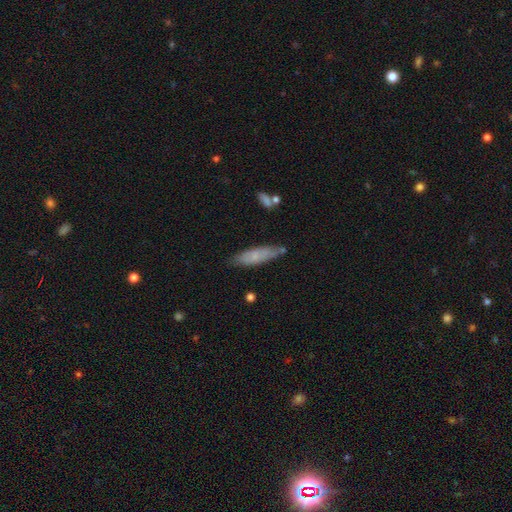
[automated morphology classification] A smooth galaxy with no disk features (68%) that is cigar-shaped (66%). Merging: none (71%).